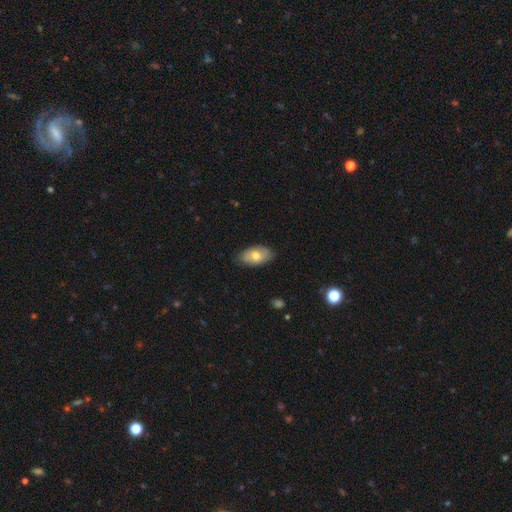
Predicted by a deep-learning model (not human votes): smooth_or_featured: smooth (p=0.67) [alt: featured or disk p=0.27]
how_rounded: in between (p=0.94) [alt: round p=0.05]
merging: none (p=0.81) [alt: minor disturbance p=0.16]